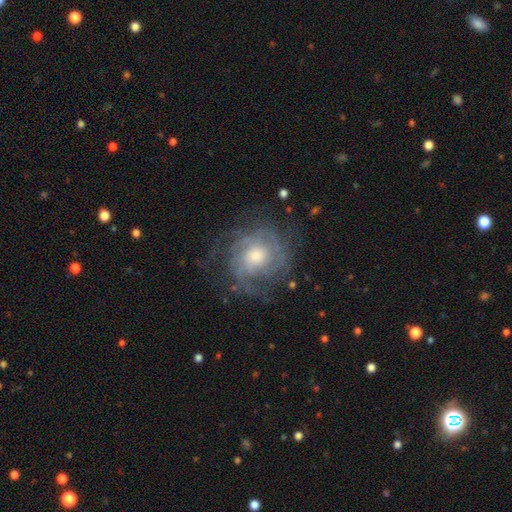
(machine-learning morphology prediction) smooth-or-featured: featured or disk: 80% | smooth: 13% | star or artifact: 7%
  disk-edge-on: no: 97% | yes: 3%
    bar: no: 77% | weak: 20% | strong: 3%
    has-spiral-arms: yes: 90% | no: 10%
      spiral-winding: tight: 63% | medium: 28% | loose: 9%
      spiral-arm-count: can't tell: 43% | 3: 18% | 2: 17% | 4: 11% | more than 4: 6% | 1: 6%
    bulge-size: moderate: 57% | small: 29% | large: 11% | none: 2% | dominant: 1%
  merging: none: 69% | minor disturbance: 17% | major disturbance: 13% | merger: 1%